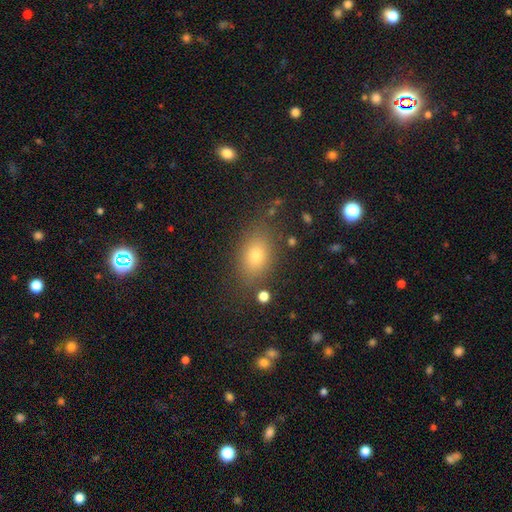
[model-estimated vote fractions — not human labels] Smooth or featured? Predicted: smooth (p=0.76). How rounded? Predicted: in between (p=0.81). Merging? Predicted: none (p=0.80).